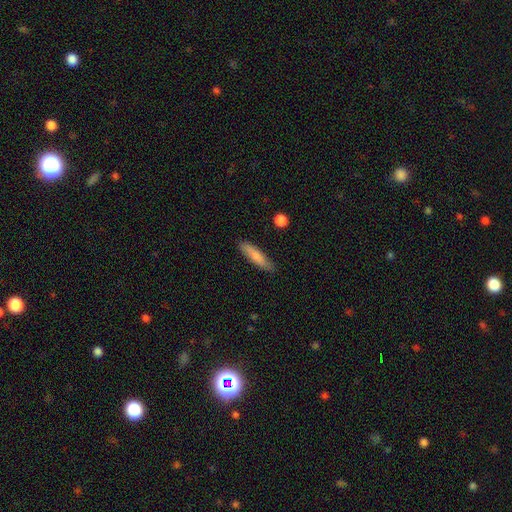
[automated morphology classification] Smooth or featured? Predicted: smooth (p=0.80). How rounded? Predicted: cigar-shaped (p=0.77). Merging? Predicted: none (p=0.85).